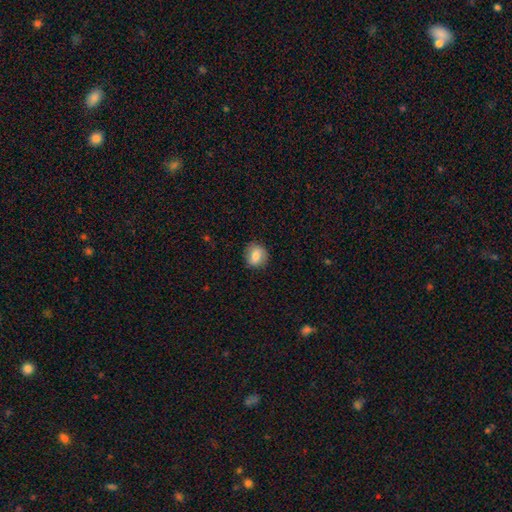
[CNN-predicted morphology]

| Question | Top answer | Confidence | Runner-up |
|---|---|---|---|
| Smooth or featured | smooth | 76% | featured or disk (16%) |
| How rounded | round | 75% | in between (24%) |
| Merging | none | 84% | minor disturbance (12%) |